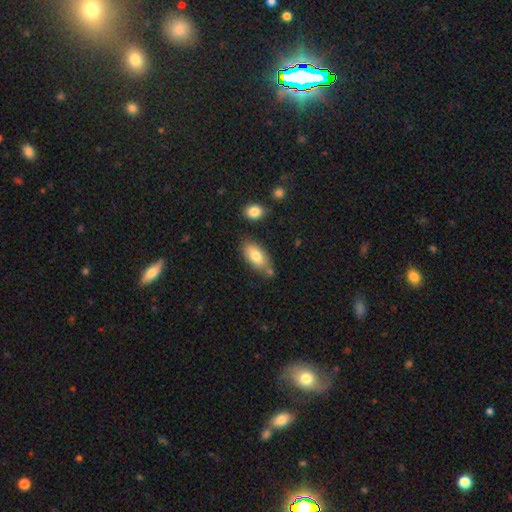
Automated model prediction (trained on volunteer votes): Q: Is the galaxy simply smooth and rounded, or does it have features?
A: smooth — 76%.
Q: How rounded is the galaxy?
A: in between — 90%.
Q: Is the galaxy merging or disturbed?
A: none — 67%.